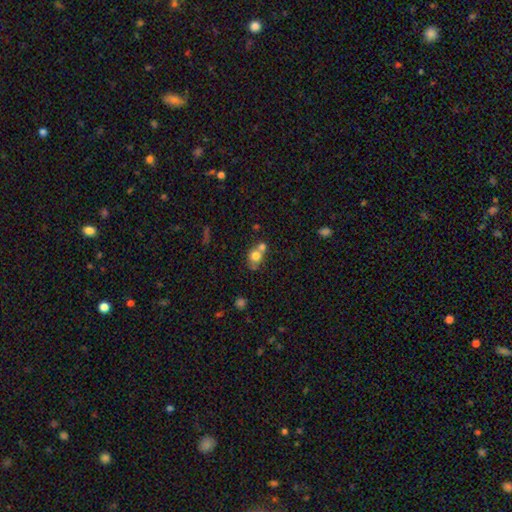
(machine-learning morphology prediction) smooth_or_featured: smooth (p=0.74) [alt: featured or disk p=0.15]
how_rounded: round (p=0.71) [alt: in between p=0.27]
merging: merger (p=0.52) [alt: none p=0.34]